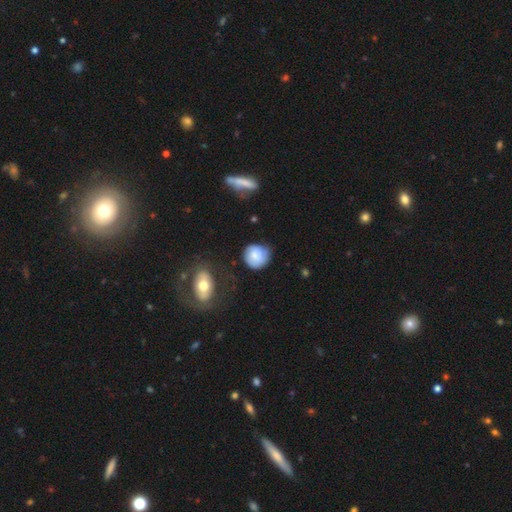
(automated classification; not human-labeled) The model was most divided on "merging": none: 66%, minor disturbance: 25%, major disturbance: 7%, merger: 3%. More confident: how rounded — round (85%); smooth or featured — smooth (76%).